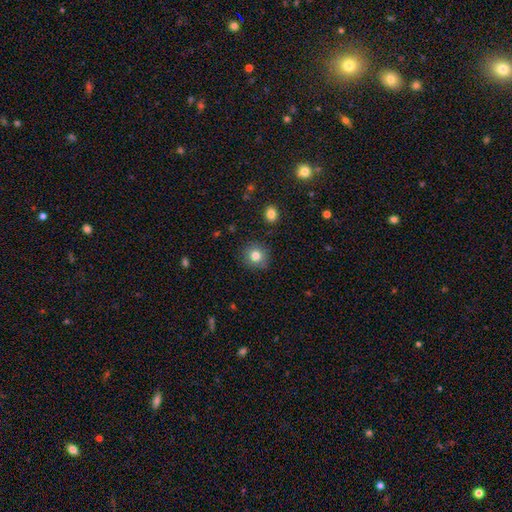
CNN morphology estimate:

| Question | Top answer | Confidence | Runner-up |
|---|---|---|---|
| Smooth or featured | smooth | 80% | star or artifact (11%) |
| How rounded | round | 90% | in between (9%) |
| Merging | none | 88% | minor disturbance (8%) |